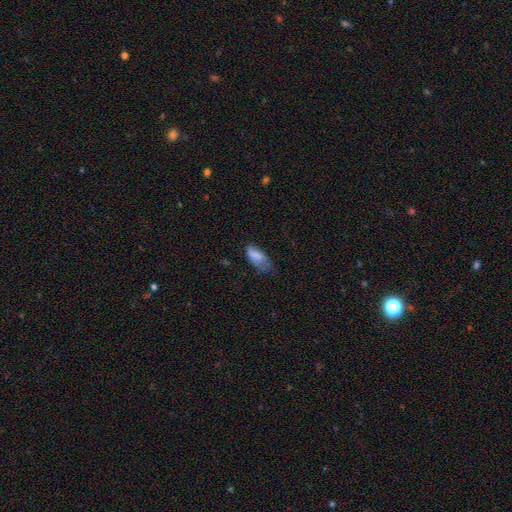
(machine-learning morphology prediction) A smooth galaxy with no disk features (79%) that is in between round and cigar-shaped (88%). Merging: minor disturbance (39%).